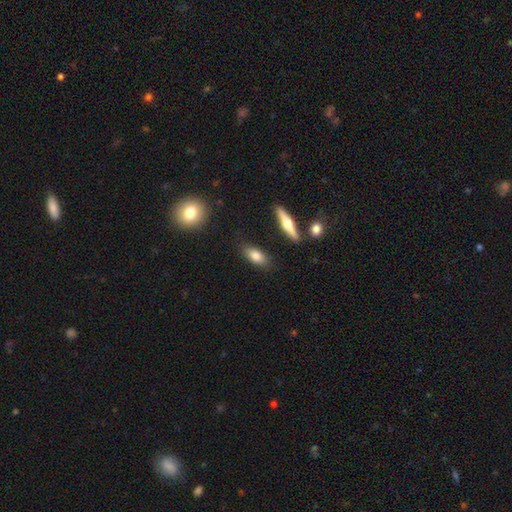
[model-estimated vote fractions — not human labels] Morphology: type=smooth (76%); roundness=in between (78%); merging=none (82%).